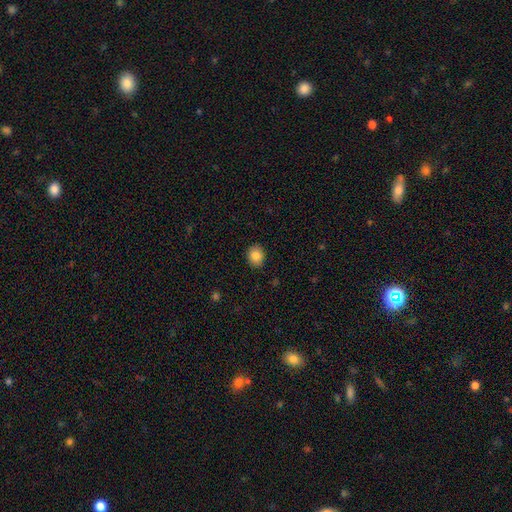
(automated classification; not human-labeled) A smooth galaxy with no disk features (85%) that is round (59%). Merging: none (89%).